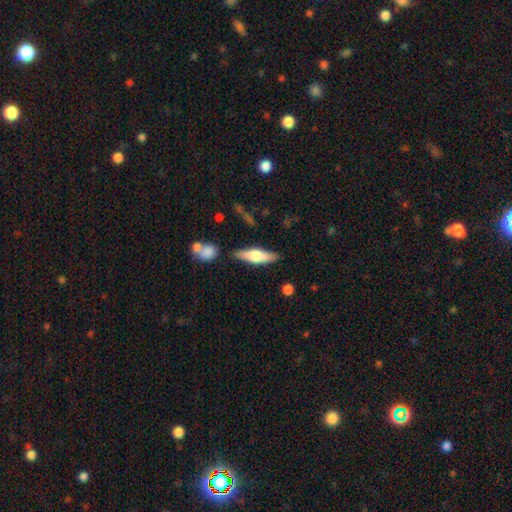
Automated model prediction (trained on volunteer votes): Q: Smooth or featured?
A: featured or disk (48%); runner-up: smooth (46%)
Q: Merging?
A: none (82%); runner-up: minor disturbance (11%)